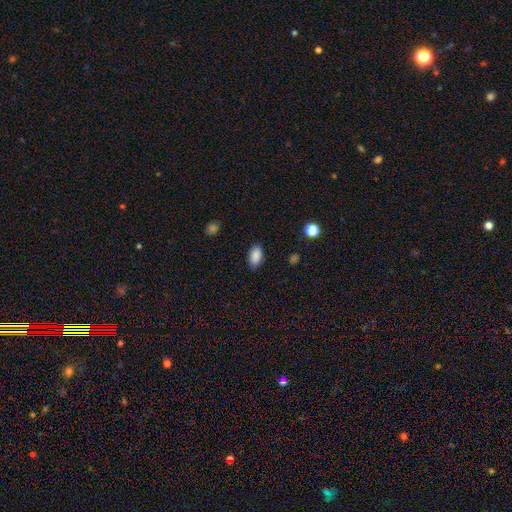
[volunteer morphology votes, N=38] Q: Smooth or featured?
A: smooth (95%); runner-up: star or artifact (5%)
Q: How rounded?
A: in between (94%); runner-up: round (6%)
Q: Merging?
A: none (89%); runner-up: minor disturbance (8%)